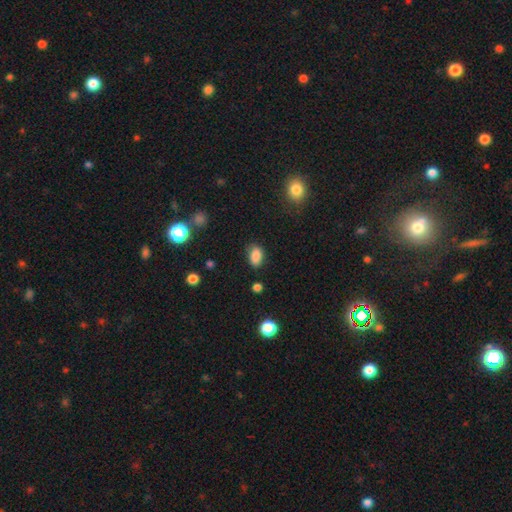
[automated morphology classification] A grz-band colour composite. It shows a smooth galaxy with no disk features (84%) that is in between round and cigar-shaped (86%). Merging: none (76%).